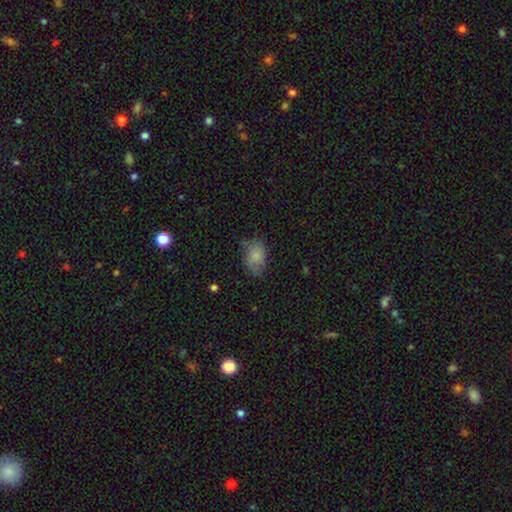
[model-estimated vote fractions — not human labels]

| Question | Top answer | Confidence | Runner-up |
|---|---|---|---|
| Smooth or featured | smooth | 82% | featured or disk (9%) |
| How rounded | in between | 83% | round (16%) |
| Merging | none | 62% | minor disturbance (28%) |